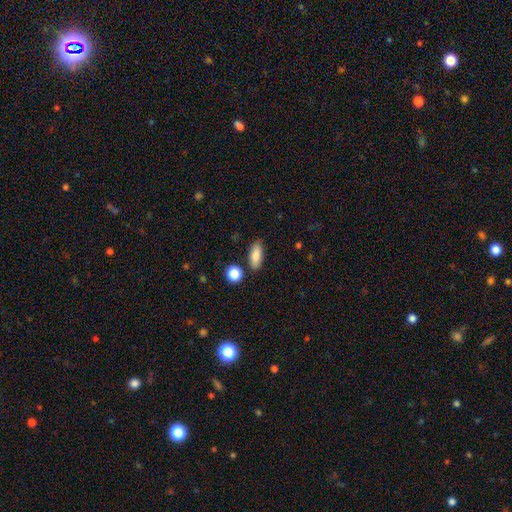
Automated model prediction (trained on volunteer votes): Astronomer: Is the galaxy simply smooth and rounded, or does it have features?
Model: smooth — 84%.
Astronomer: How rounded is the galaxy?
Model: in between — 78%.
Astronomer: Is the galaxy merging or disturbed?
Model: none — 81%.